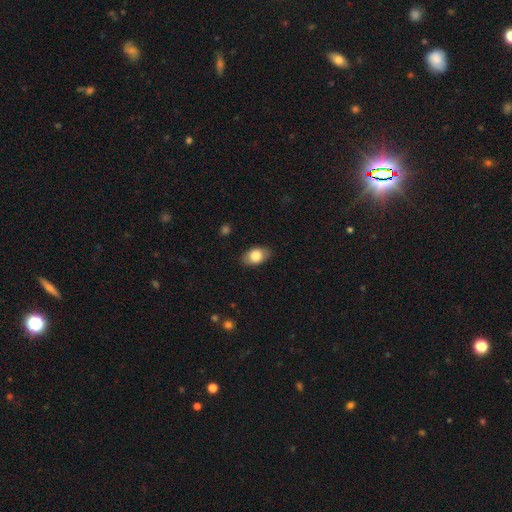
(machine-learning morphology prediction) Smooth or featured: smooth — 82% (featured or disk — 11%)
How rounded: in between — 87% (round — 11%)
Merging: none — 86% (minor disturbance — 11%)